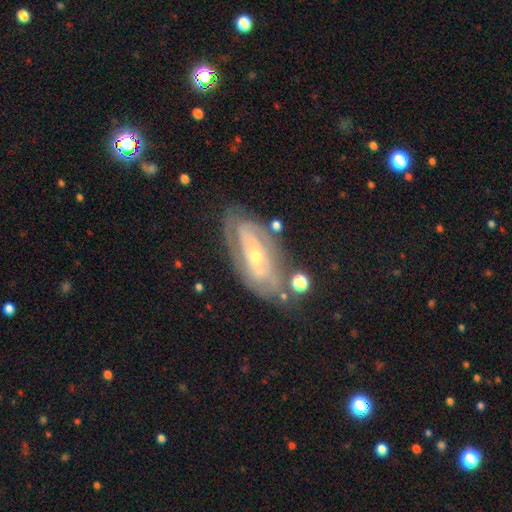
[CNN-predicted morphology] This is clearly a featured or disk galaxy (81%). It is clearly not viewed edge-on (91%). Bar: possibly no (46%). Spiral arm pattern: clearly yes (82%). Spiral arm count: possibly 2 (45%). Spiral winding: likely tight (62%). Central bulge: possibly small (58%). Merging: likely none (67%).